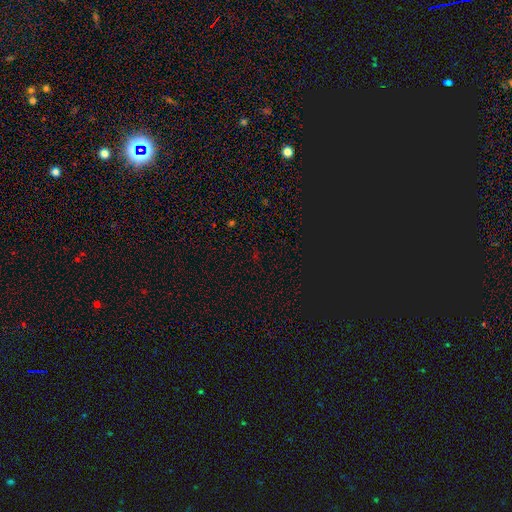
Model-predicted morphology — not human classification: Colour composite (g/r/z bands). It shows a star or artifact, not a galaxy (72%).